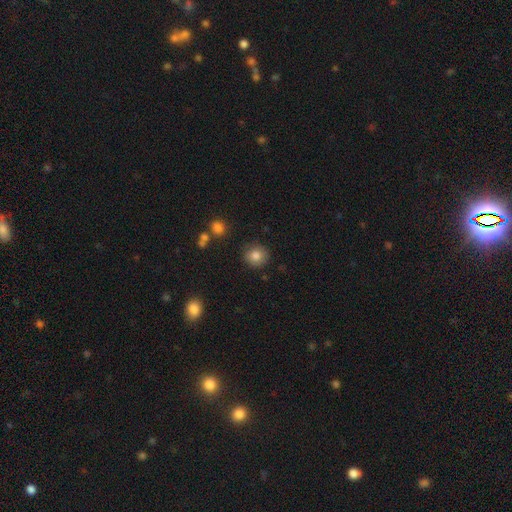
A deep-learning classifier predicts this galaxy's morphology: Overall: smooth (83%). How rounded: round (88%). Merging: none (86%).